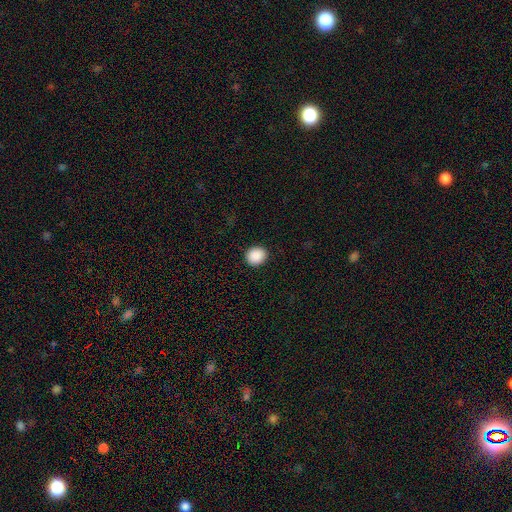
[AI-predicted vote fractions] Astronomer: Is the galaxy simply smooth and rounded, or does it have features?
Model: smooth — 90%.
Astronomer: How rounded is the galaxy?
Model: round — 75%.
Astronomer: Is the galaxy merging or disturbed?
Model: none — 92%.